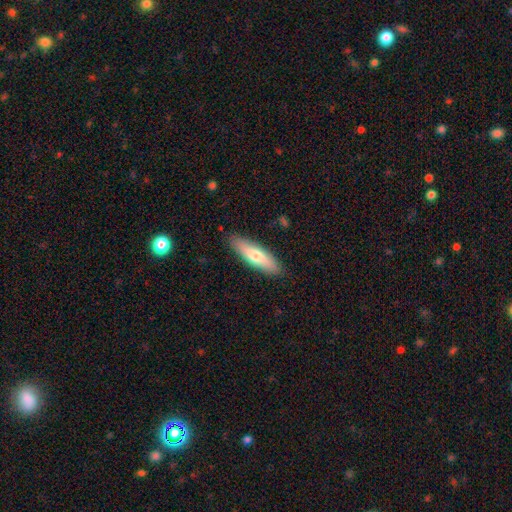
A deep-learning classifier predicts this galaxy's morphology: Smooth or featured? Predicted: smooth (p=0.68). How rounded? Predicted: cigar-shaped (p=0.61). Merging? Predicted: none (p=0.88).